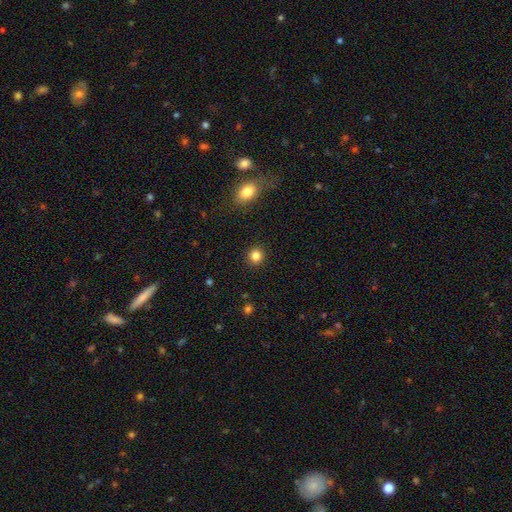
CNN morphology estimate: A smooth galaxy with no disk features (84%) that is round (92%).

Vote fractions:
- Smooth or featured? smooth: 84% / star or artifact: 12% / featured or disk: 4%
- How rounded? round: 92% / in between: 7% / cigar-shaped: 1%
- Merging? none: 92% / minor disturbance: 5% / major disturbance: 2% / merger: 1%